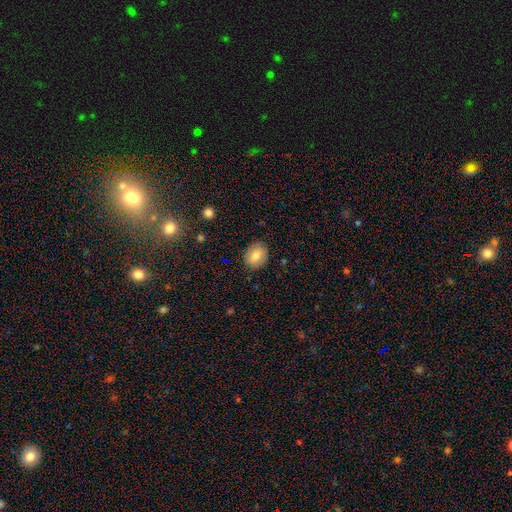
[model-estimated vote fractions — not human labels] Q: Smooth or featured?
A: smooth (78%); runner-up: featured or disk (14%)
Q: How rounded?
A: round (53%); runner-up: in between (46%)
Q: Merging?
A: none (85%); runner-up: minor disturbance (11%)